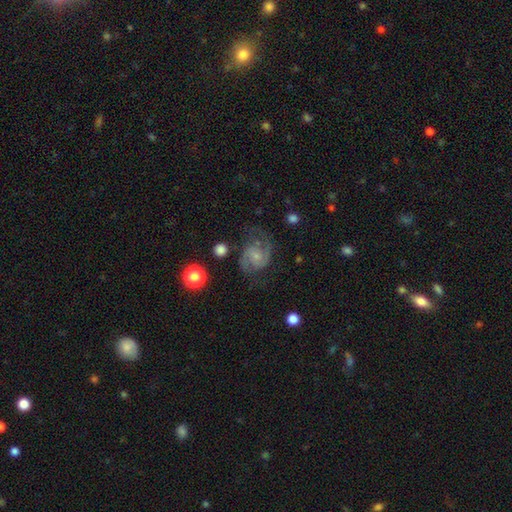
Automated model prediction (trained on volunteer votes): A featured or disk galaxy (83%) with no bar (62%), 2 (90%) medium (56%) spiral arms (96%) and a small central bulge (60%). Merging: none (67%).